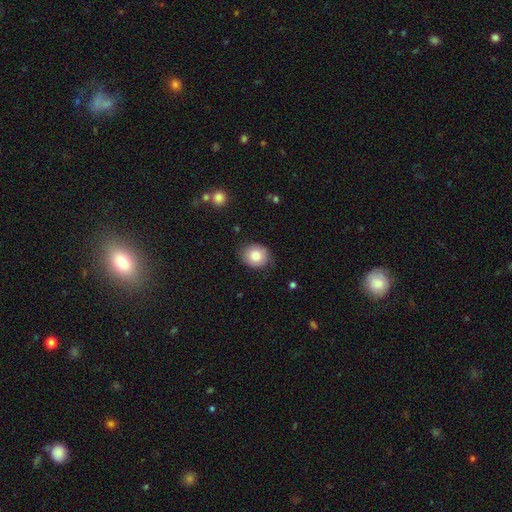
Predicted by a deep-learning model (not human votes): smooth_or_featured: smooth (p=0.81) [alt: featured or disk p=0.10]
how_rounded: round (p=0.70) [alt: in between p=0.29]
merging: none (p=0.81) [alt: minor disturbance p=0.15]